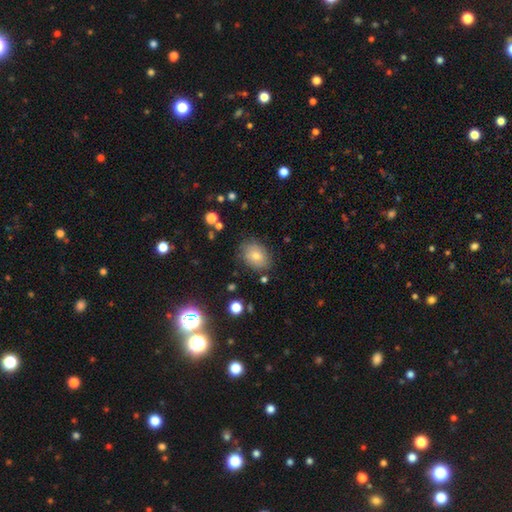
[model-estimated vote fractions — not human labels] The model was most divided on "how rounded": in between: 61%, round: 38%, cigar-shaped: 1%. More confident: merging — none (82%); smooth or featured — smooth (65%).